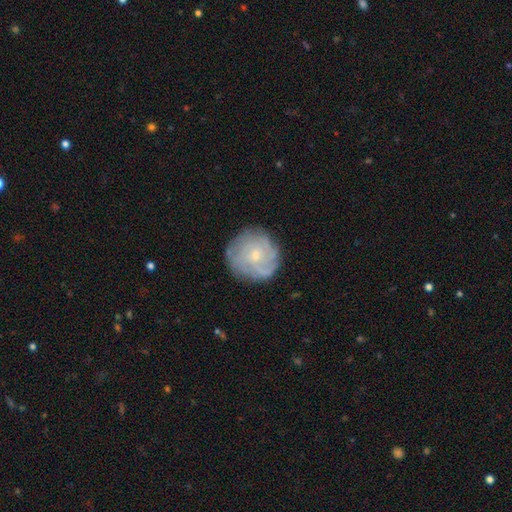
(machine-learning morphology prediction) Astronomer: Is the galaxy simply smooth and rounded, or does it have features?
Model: featured or disk — 65%.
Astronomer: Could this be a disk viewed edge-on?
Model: no — 98%.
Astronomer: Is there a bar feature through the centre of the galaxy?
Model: no — 78%.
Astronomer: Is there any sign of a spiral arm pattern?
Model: yes — 86%.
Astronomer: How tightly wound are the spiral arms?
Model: tight — 65%.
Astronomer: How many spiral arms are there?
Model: can't tell — 48%.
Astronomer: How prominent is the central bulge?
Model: small — 70%.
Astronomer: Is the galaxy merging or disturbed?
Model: none — 80%.